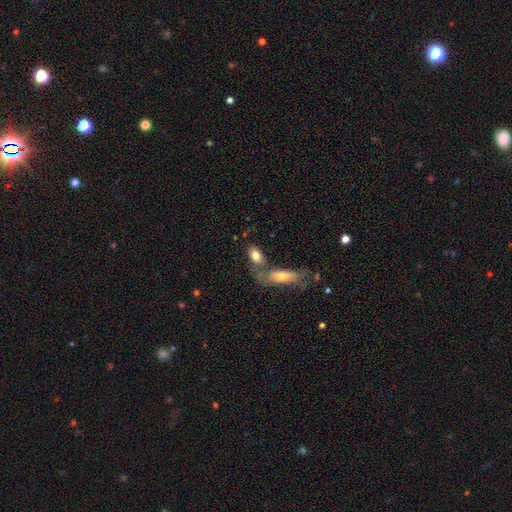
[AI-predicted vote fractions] This is likely a smooth galaxy (76%). How rounded: clearly in between (82%). Merging: possibly none (47%).